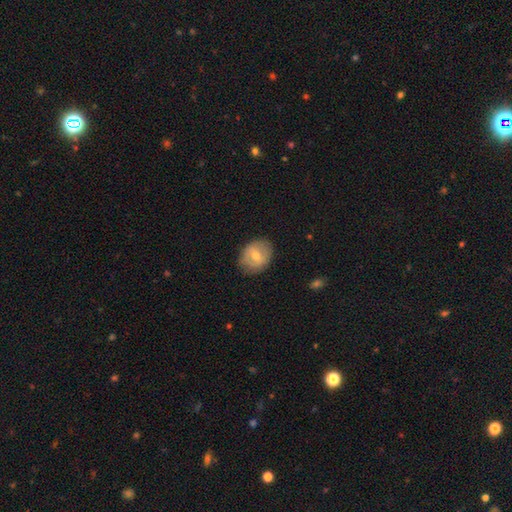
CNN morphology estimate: Smooth or featured? smooth (57%)
How rounded? in between (51%)
Merging? none (80%)